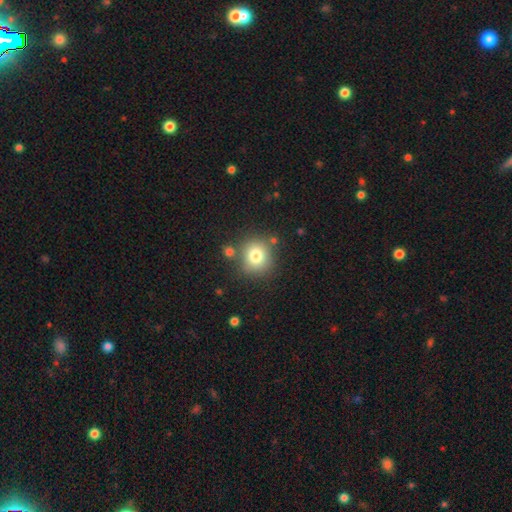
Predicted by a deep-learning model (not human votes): Q: Smooth or featured?
A: smooth (78%); runner-up: star or artifact (12%)
Q: How rounded?
A: round (87%); runner-up: in between (12%)
Q: Merging?
A: none (76%); runner-up: minor disturbance (11%)